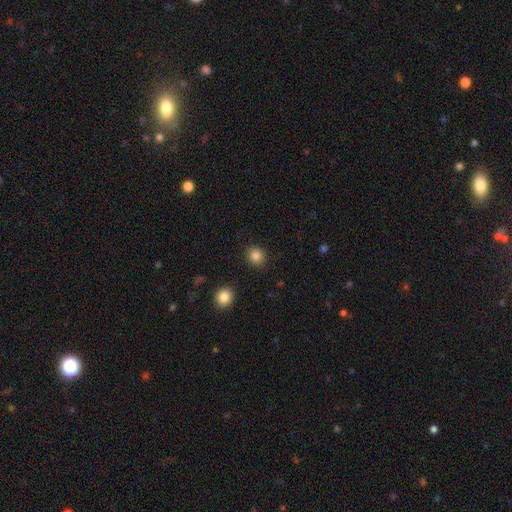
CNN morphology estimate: Q: Smooth or featured?
A: smooth (85%); runner-up: star or artifact (11%)
Q: How rounded?
A: round (77%); runner-up: in between (22%)
Q: Merging?
A: none (90%); runner-up: minor disturbance (6%)